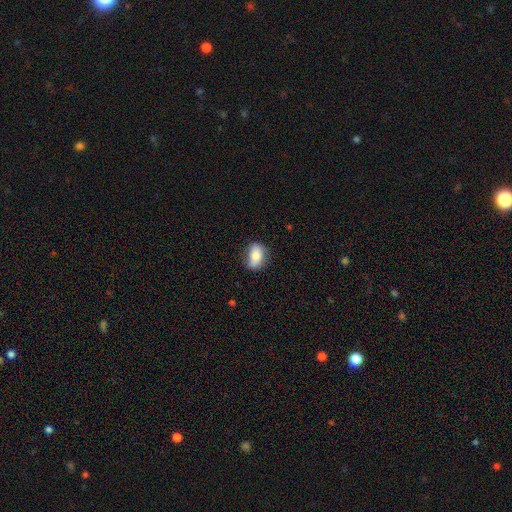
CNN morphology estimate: A smooth galaxy with no disk features (72%) that is in between round and cigar-shaped (77%). Merging: none (68%).